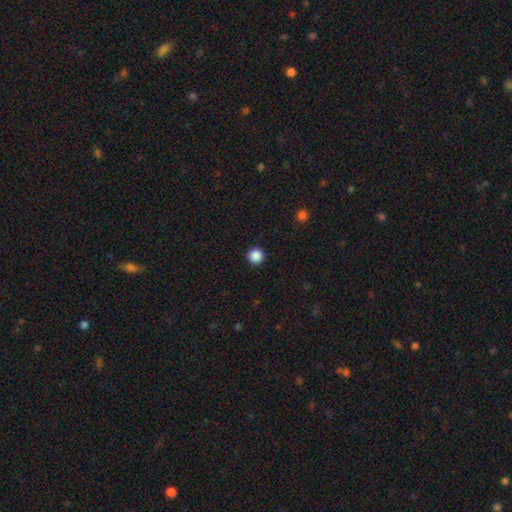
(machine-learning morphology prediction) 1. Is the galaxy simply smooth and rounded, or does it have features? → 88% smooth, 10% star or artifact, 2% featured or disk.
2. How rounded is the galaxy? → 96% round, 3% in between, 1% cigar-shaped.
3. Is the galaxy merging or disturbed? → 93% none, 4% minor disturbance, 2% major disturbance, 1% merger.